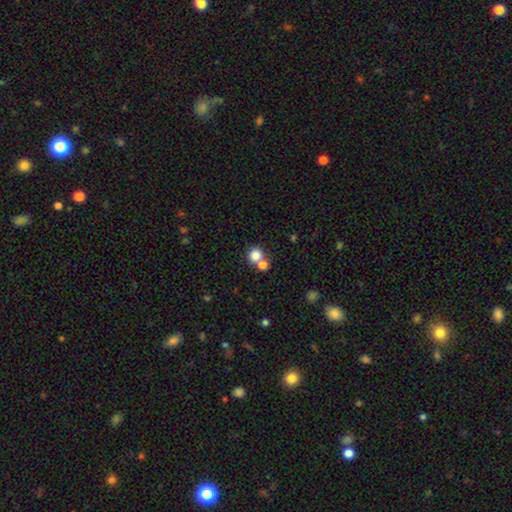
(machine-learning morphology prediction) Smooth or featured?
  - smooth: 80% *
  - star or artifact: 12%
  - featured or disk: 7%
How rounded?
  - round: 85% *
  - in between: 14%
  - cigar-shaped: 1%
Merging?
  - none: 52% *
  - merger: 37%
  - minor disturbance: 7%
  - major disturbance: 3%